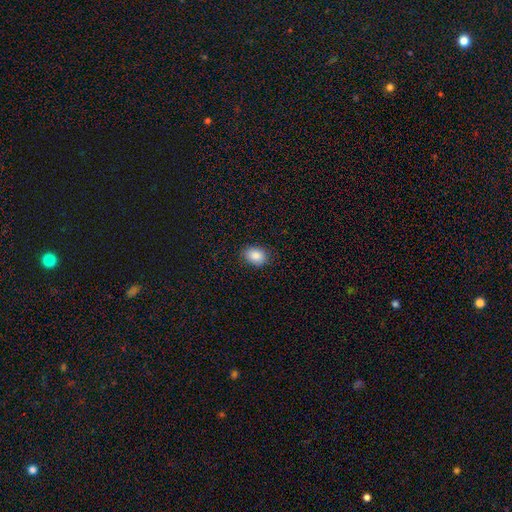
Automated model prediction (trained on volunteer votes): smooth_or_featured: smooth (p=0.88) [alt: star or artifact p=0.08]
how_rounded: in between (p=0.70) [alt: round p=0.29]
merging: none (p=0.86) [alt: minor disturbance p=0.10]